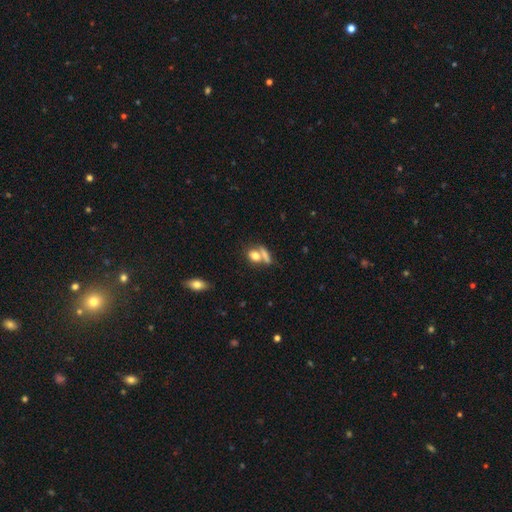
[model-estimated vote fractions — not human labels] A smooth galaxy with no disk features (76%) that is in between round and cigar-shaped (50%). Merging: merger (43%).